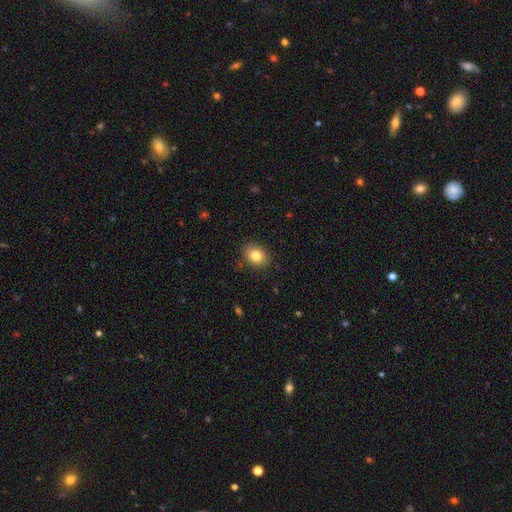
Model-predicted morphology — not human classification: type=smooth (83%); roundness=in between (57%); merging=none (87%).